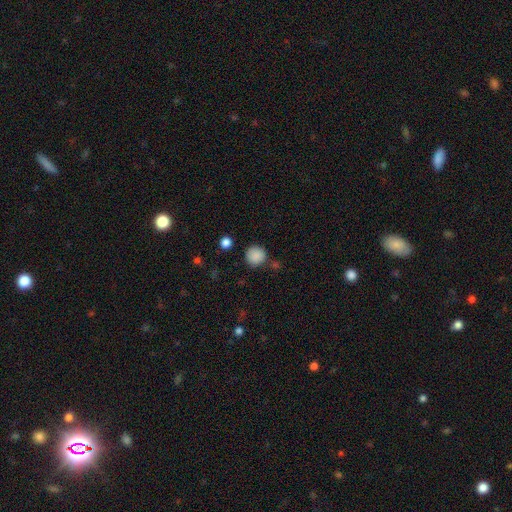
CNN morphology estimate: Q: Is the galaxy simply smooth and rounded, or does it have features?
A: smooth — 87%.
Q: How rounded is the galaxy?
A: round — 93%.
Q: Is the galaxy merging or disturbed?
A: none — 81%.